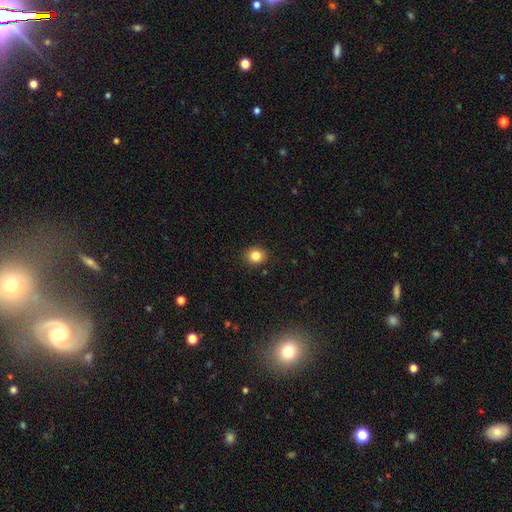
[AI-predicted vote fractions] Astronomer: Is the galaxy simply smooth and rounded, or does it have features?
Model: smooth — 84%.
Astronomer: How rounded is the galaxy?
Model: round — 79%.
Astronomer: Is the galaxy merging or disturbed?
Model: none — 90%.